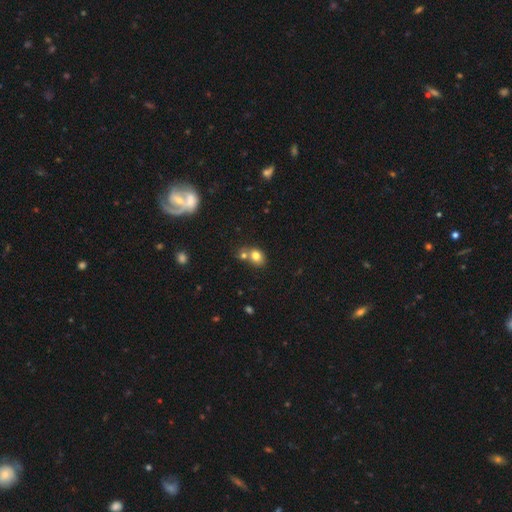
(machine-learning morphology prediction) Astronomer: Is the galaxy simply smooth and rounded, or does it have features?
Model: smooth — 78%.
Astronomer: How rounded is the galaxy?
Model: in between — 52% (runner-up: round, 46%).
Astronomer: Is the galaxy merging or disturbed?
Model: none — 45% (runner-up: merger, 40%).